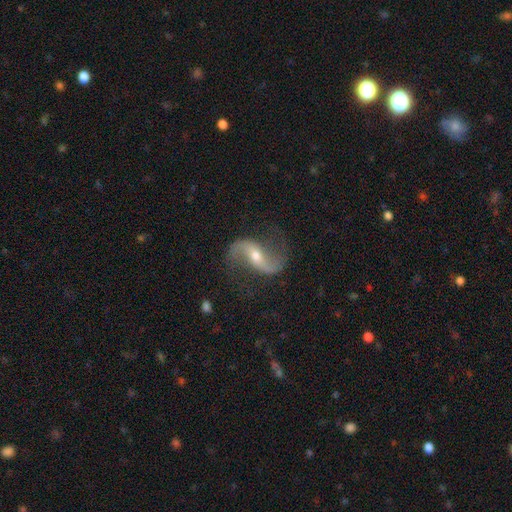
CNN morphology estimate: featured or disk 90%, star or artifact 5%, smooth 5%. Down the decision tree: edge-on disk — no (97%); bar — weak (36%); spiral arms — yes (97%); spiral arm count — 2 (94%); spiral winding — loose (78%); bulge size — small (50%); merging — none (81%).